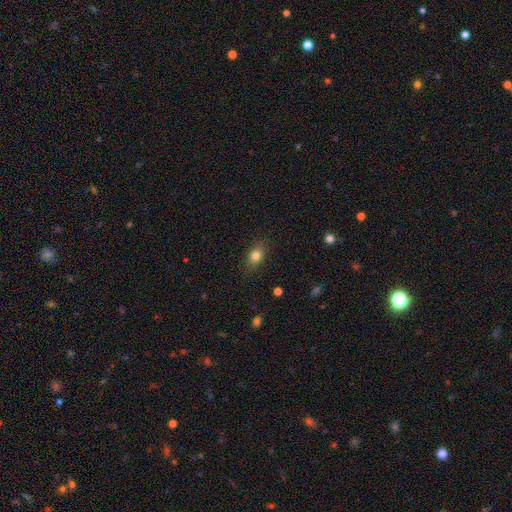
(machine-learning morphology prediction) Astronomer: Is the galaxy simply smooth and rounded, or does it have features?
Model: smooth — 81%.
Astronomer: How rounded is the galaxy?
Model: in between — 70%.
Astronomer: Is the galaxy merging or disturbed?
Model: none — 84%.